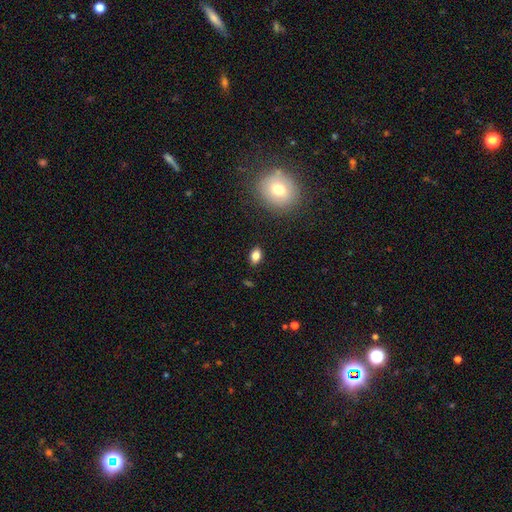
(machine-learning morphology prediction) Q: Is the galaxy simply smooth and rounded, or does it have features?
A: smooth — 80%.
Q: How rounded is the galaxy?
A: in between — 84%.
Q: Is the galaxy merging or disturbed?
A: none — 86%.